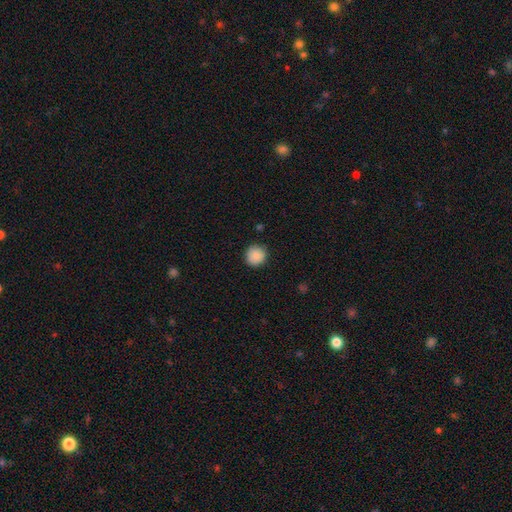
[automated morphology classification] Overall: smooth (89%). How rounded: round (92%). Merging: none (89%).